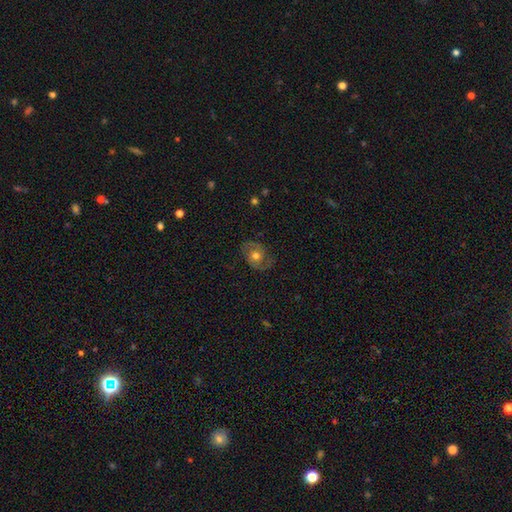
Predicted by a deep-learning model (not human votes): featured or disk 55%, smooth 37%, star or artifact 9%. Down the decision tree: edge-on disk — no (95%); bar — no (78%); spiral arms — yes (68%); bulge size — moderate (75%); merging — none (74%).